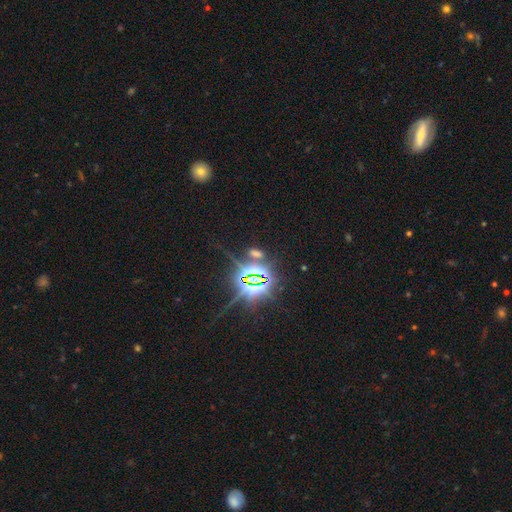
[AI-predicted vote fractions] Smooth or featured?
  - star or artifact: 82% *
  - featured or disk: 9%
  - smooth: 8%